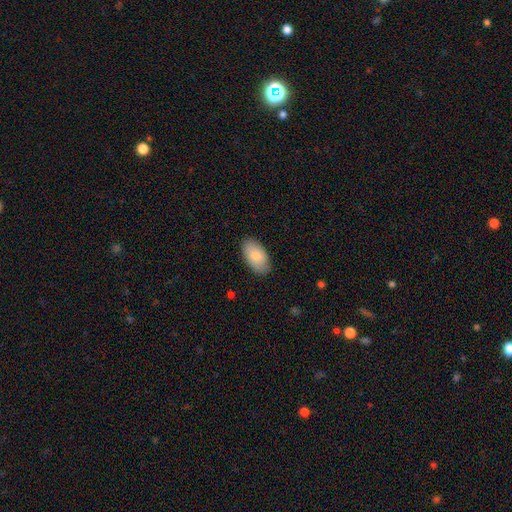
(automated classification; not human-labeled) smooth_or_featured: smooth (p=0.83) [alt: featured or disk p=0.11]
how_rounded: in between (p=0.95) [alt: round p=0.03]
merging: none (p=0.86) [alt: minor disturbance p=0.11]